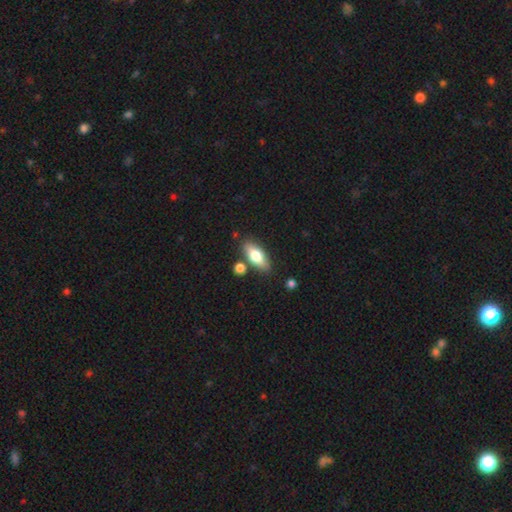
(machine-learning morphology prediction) Q: Smooth or featured?
A: smooth (71%); runner-up: featured or disk (23%)
Q: How rounded?
A: in between (78%); runner-up: cigar-shaped (18%)
Q: Merging?
A: none (80%); runner-up: minor disturbance (11%)